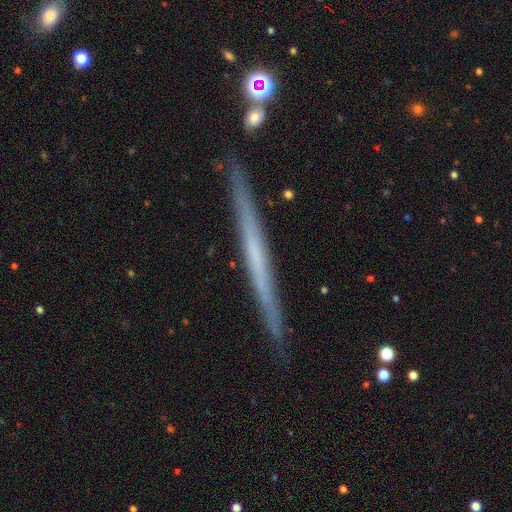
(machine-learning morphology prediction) Smooth or featured? featured or disk (60%)
Edge-on disk? yes (97%)
Edge-on bulge? none (90%)
Merging? none (90%)